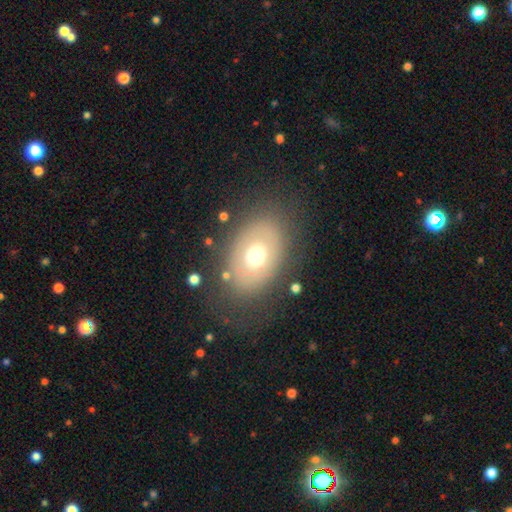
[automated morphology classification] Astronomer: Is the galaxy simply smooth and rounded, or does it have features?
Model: smooth — 59%.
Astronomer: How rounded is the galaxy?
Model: in between — 74%.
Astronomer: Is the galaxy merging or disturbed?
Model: none — 78%.